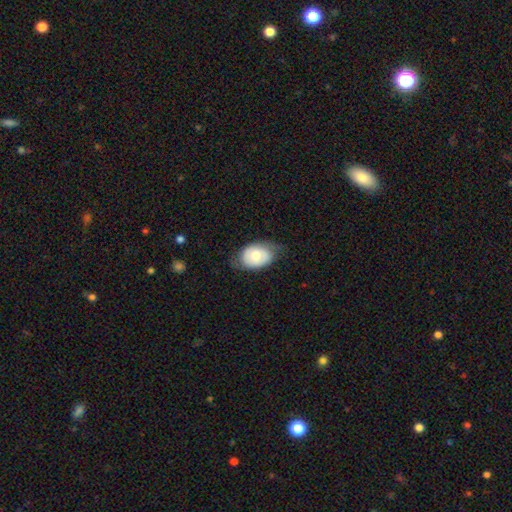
A featured or disk galaxy (68%) with no bar (73%), no spiral arms (59%) and a moderate central bulge (73%). Merging: none (58%).